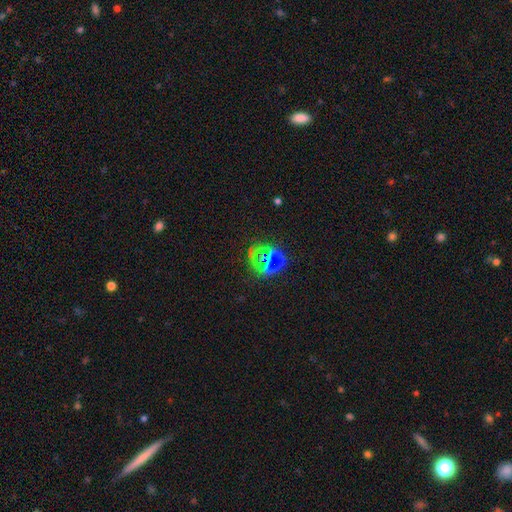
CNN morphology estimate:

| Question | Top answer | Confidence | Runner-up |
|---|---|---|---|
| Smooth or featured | star or artifact | 51% | smooth (32%) |